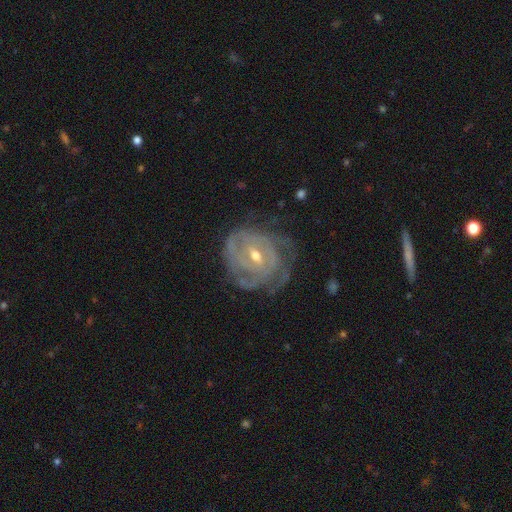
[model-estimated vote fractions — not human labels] Overall: featured or disk (87%). Edge-on disk: no (97%). Bar: weak (51%; no 32%). Spiral arms: yes (93%). Spiral arm count: can't tell (37%; 3 22%). Spiral winding: tight (73%). Bulge size: moderate (56%; small 41%). Merging: none (60%; minor disturbance 24%).